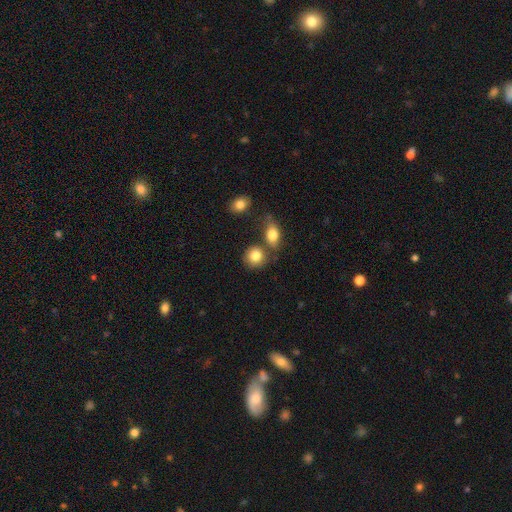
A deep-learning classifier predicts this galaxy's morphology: The model was most divided on "merging": none: 64%, merger: 21%, minor disturbance: 11%, major disturbance: 4%. More confident: smooth or featured — smooth (83%); how rounded — round (76%).